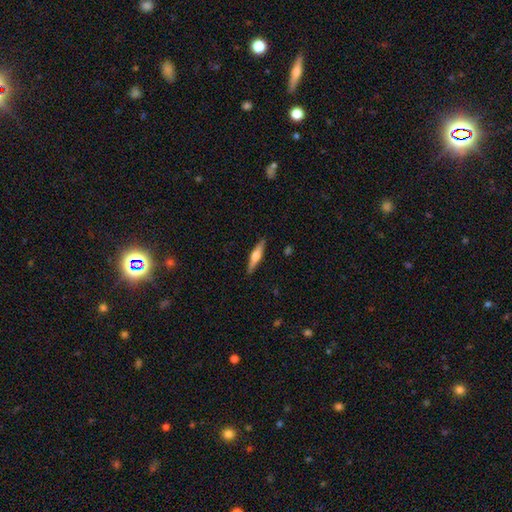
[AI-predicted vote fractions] Smooth or featured: featured or disk — 56% (smooth — 39%)
Edge-on disk: yes — 96% (no — 4%)
Edge-on bulge: rounded — 90% (boxy — 7%)
Merging: none — 89% (minor disturbance — 8%)